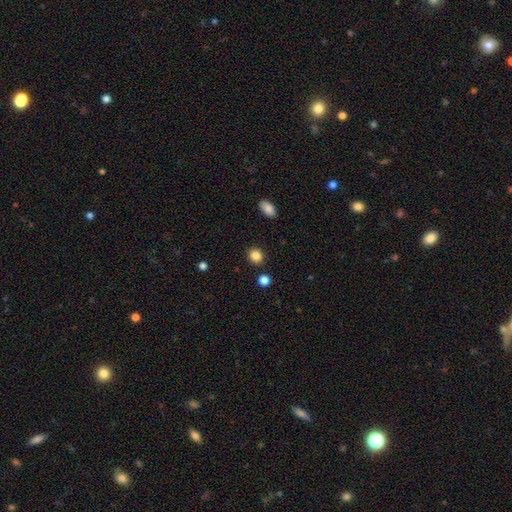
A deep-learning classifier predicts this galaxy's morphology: A smooth galaxy with no disk features (86%) that is round (80%).

Vote fractions:
- Smooth or featured? smooth: 86% / star or artifact: 10% / featured or disk: 4%
- How rounded? round: 80% / in between: 19% / cigar-shaped: 1%
- Merging? none: 89% / minor disturbance: 6% / merger: 3% / major disturbance: 2%